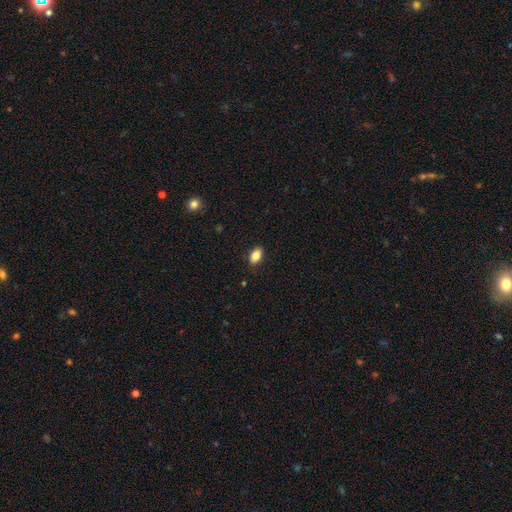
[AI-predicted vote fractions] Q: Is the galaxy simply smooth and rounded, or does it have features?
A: smooth — 85%.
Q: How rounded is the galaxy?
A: in between — 87%.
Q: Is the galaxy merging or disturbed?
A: none — 88%.